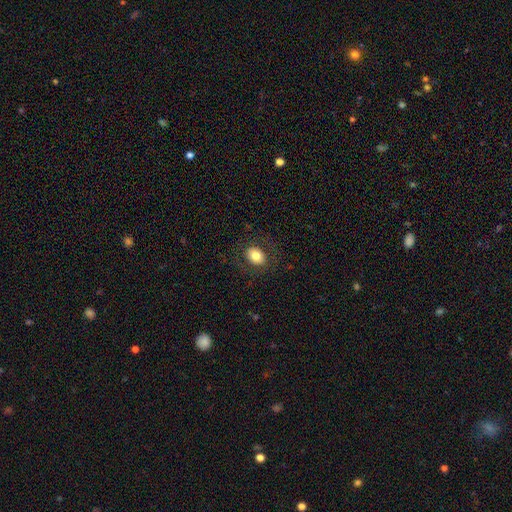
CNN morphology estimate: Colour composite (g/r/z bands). It shows a smooth galaxy with no disk features (78%) that is in between round and cigar-shaped (62%). Merging: none (83%).